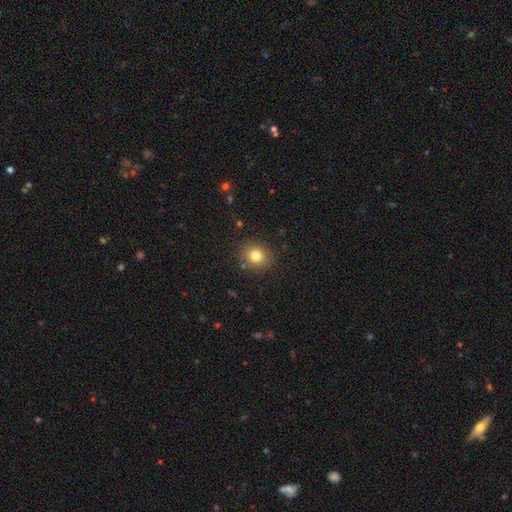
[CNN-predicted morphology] This is likely a smooth galaxy (80%). How rounded: likely round (79%). Merging: clearly none (87%).